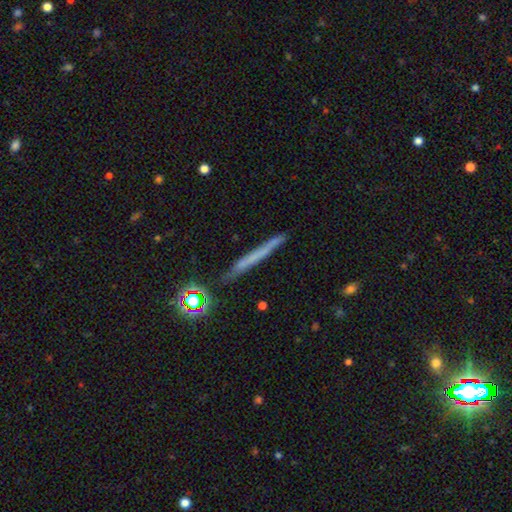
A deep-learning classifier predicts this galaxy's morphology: smooth_or_featured: smooth (p=0.49) [alt: featured or disk p=0.39]
merging: none (p=0.87) [alt: minor disturbance p=0.09]